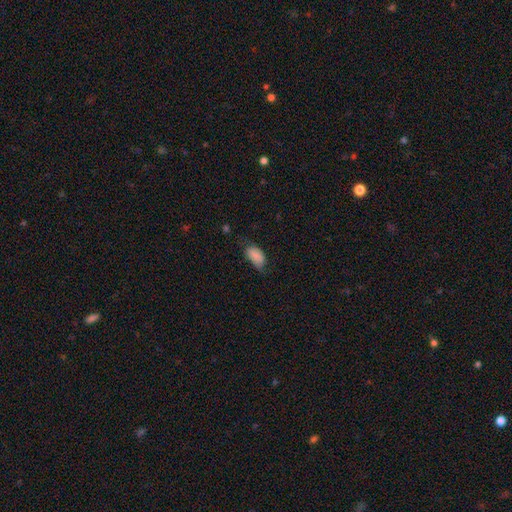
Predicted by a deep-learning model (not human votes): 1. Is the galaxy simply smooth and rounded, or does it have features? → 84% smooth, 8% featured or disk, 7% star or artifact.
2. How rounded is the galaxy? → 94% in between, 4% round, 2% cigar-shaped.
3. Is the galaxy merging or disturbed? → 46% none, 38% minor disturbance, 14% major disturbance, 2% merger.